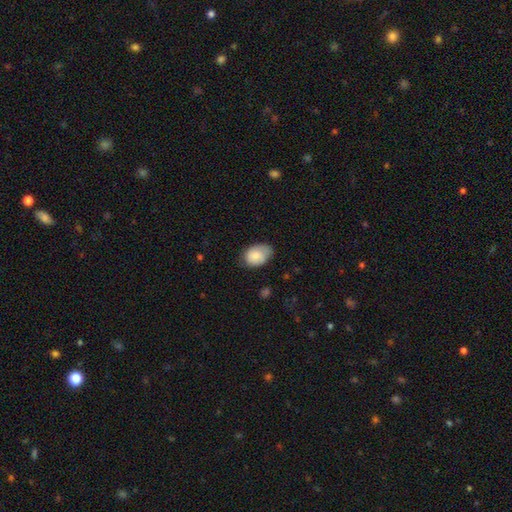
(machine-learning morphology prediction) A smooth galaxy with no disk features (82%) that is in between round and cigar-shaped (82%).

Vote fractions:
- Smooth or featured? smooth: 82% / featured or disk: 11% / star or artifact: 7%
- How rounded? in between: 82% / round: 17% / cigar-shaped: 1%
- Merging? none: 61% / minor disturbance: 31% / major disturbance: 7% / merger: 1%